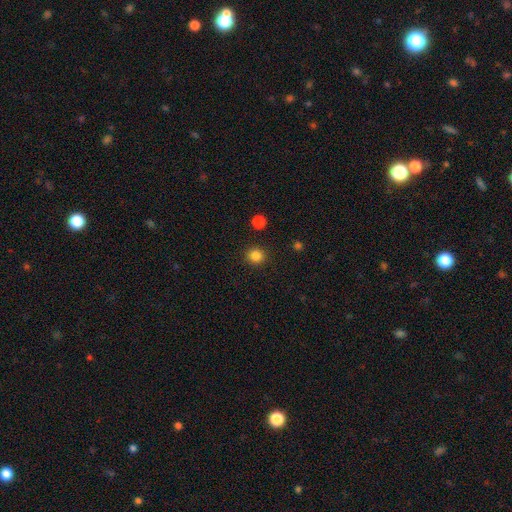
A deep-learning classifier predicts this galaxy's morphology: This appears to be a smooth galaxy with no disk features (84%) that is round (93%). Merging: none (91%).